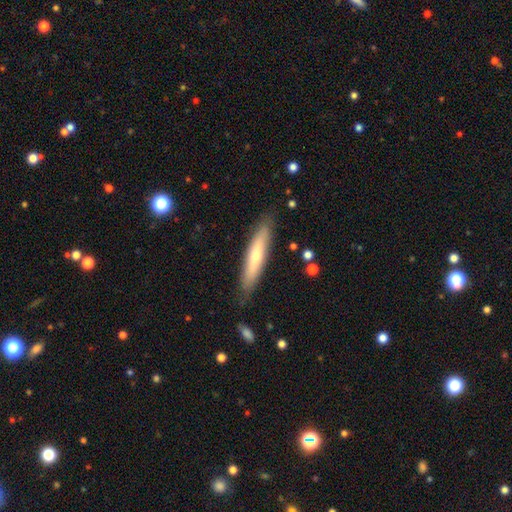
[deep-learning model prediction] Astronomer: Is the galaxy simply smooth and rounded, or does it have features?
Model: smooth — 53% (runner-up: featured or disk, 41%).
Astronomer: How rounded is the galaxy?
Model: cigar-shaped — 86%.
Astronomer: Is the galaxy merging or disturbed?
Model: none — 85%.